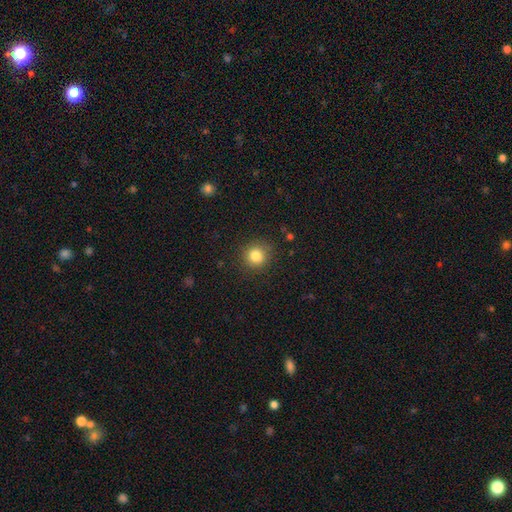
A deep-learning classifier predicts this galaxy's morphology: The model was most divided on "smooth or featured": smooth: 83%, star or artifact: 11%, featured or disk: 6%. More confident: how rounded — round (90%); merging — none (87%).